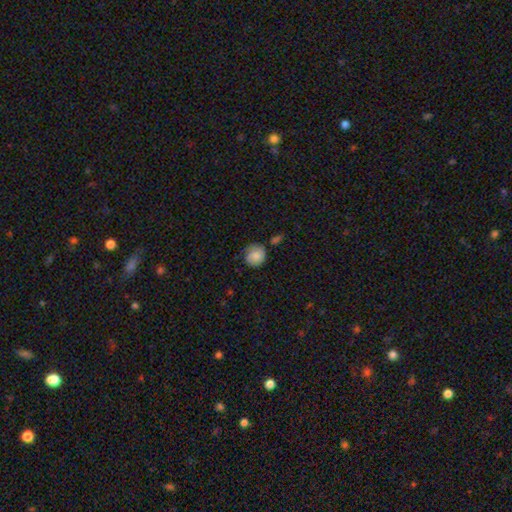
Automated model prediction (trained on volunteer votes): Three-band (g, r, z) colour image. It shows a smooth galaxy with no disk features (76%) that is round (85%). Merging: none (64%).